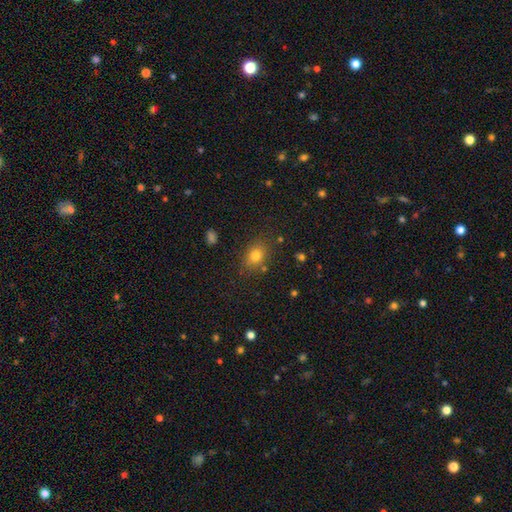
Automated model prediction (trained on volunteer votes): This is likely a smooth galaxy (77%). How rounded: possibly in between (60%). Merging: likely none (79%).